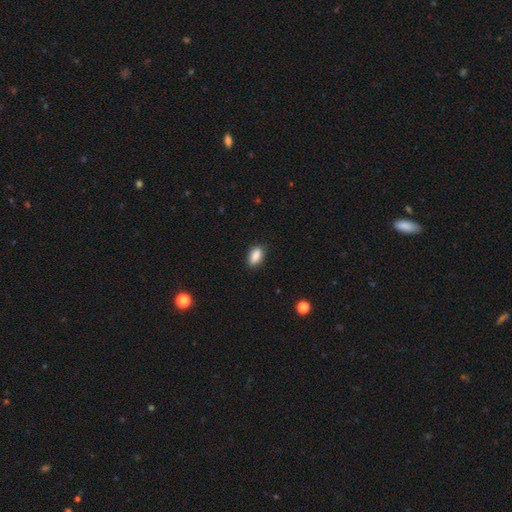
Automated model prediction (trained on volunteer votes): Smooth or featured: smooth — 88% (star or artifact — 8%)
How rounded: in between — 88% (cigar-shaped — 7%)
Merging: none — 85% (minor disturbance — 12%)